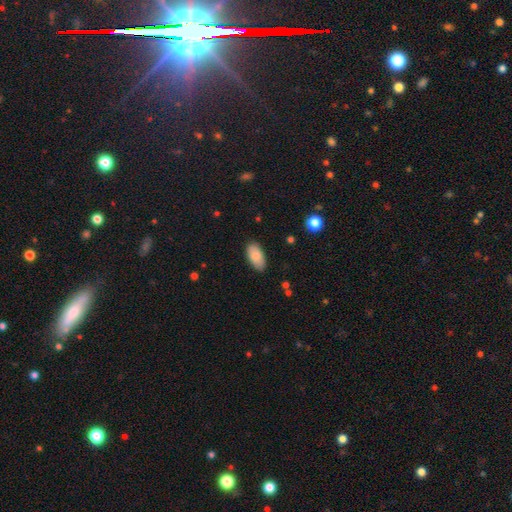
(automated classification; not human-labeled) smooth-or-featured: smooth: 80% | featured or disk: 13% | star or artifact: 6%
  how-rounded: in between: 94% | cigar-shaped: 3% | round: 3%
  merging: none: 83% | minor disturbance: 14% | major disturbance: 2% | merger: 1%